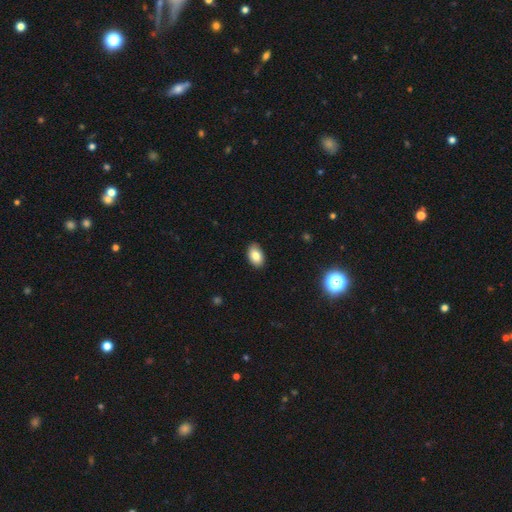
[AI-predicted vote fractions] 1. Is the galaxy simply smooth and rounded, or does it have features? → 83% smooth, 9% featured or disk, 8% star or artifact.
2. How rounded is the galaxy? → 90% in between, 9% round, 1% cigar-shaped.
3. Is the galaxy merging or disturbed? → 87% none, 11% minor disturbance, 2% major disturbance, 1% merger.